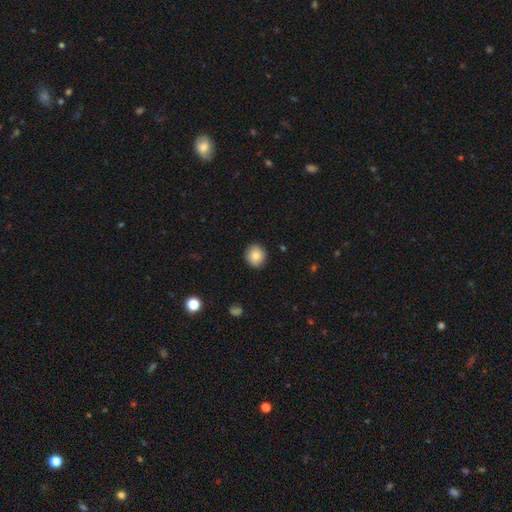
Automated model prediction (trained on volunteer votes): A smooth galaxy with no disk features (84%) that is round (86%). Merging: none (88%).